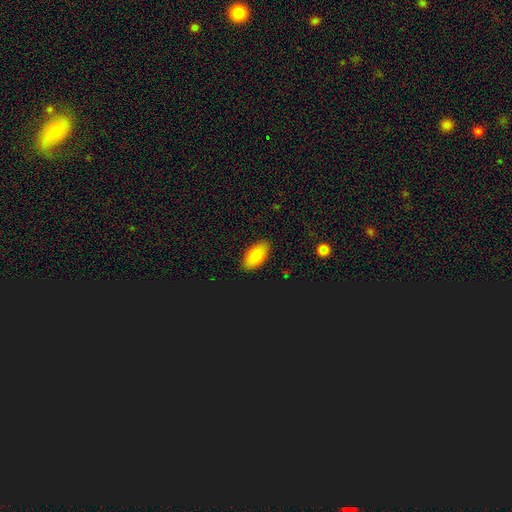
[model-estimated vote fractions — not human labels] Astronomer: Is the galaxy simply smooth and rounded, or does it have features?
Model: smooth — 79%.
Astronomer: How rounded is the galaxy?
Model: in between — 92%.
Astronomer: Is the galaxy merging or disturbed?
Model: none — 87%.